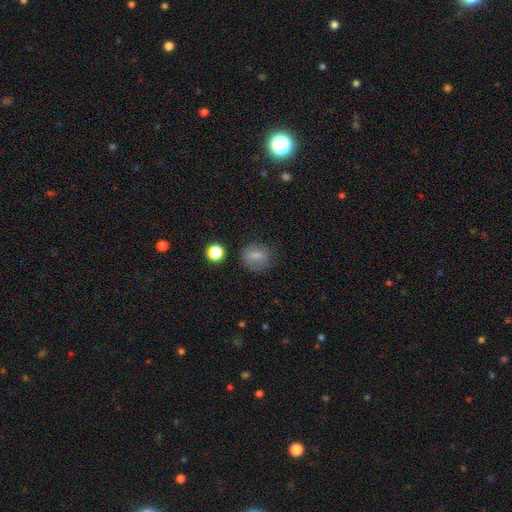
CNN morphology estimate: A smooth galaxy with no disk features (75%) that is round (67%). Merging: none (69%).